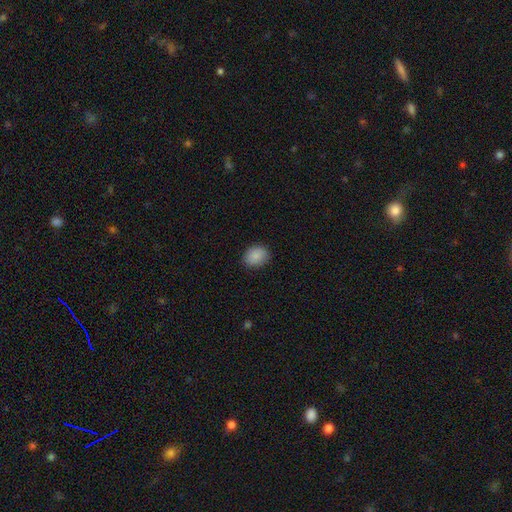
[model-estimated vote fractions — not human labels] Morphology: type=smooth (88%); roundness=in between (50%); merging=none (86%).